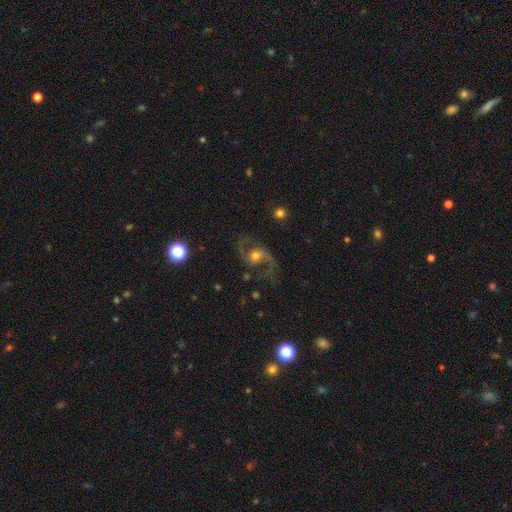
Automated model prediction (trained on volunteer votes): Q: Smooth or featured?
A: featured or disk (83%); runner-up: smooth (9%)
Q: Edge-on disk?
A: no (97%); runner-up: yes (3%)
Q: Bar?
A: no (61%); runner-up: weak (31%)
Q: Spiral arms?
A: yes (94%); runner-up: no (6%)
Q: Spiral winding?
A: loose (57%); runner-up: medium (38%)
Q: Spiral arm count?
A: 2 (93%); runner-up: 1 (2%)
Q: Bulge size?
A: moderate (62%); runner-up: small (17%)
Q: Merging?
A: none (67%); runner-up: major disturbance (15%)